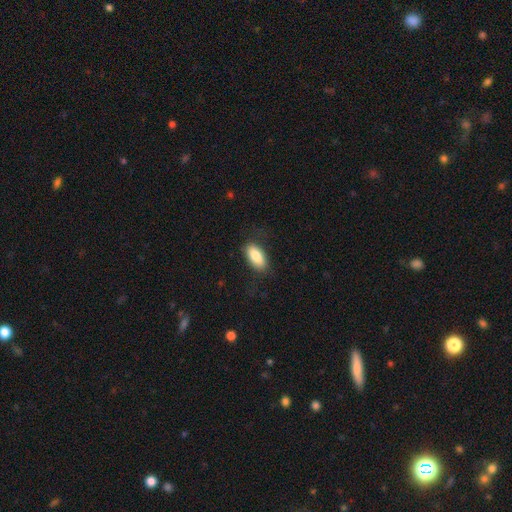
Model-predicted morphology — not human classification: smooth 84%, featured or disk 9%, star or artifact 6%. Down the decision tree: how rounded — in between (89%); merging — none (79%).